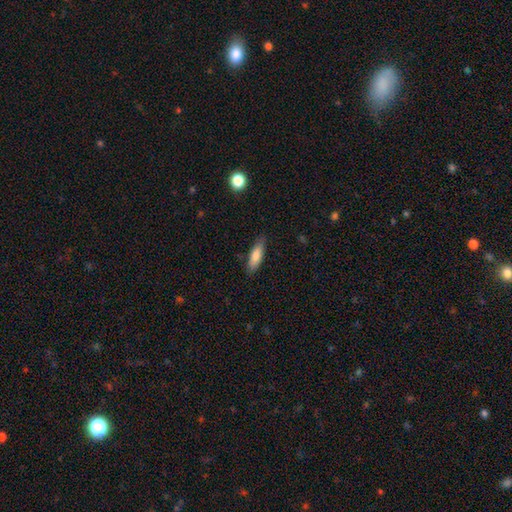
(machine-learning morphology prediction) Smooth or featured? Predicted: smooth (p=0.80). How rounded? Predicted: cigar-shaped (p=0.53). Merging? Predicted: none (p=0.83).